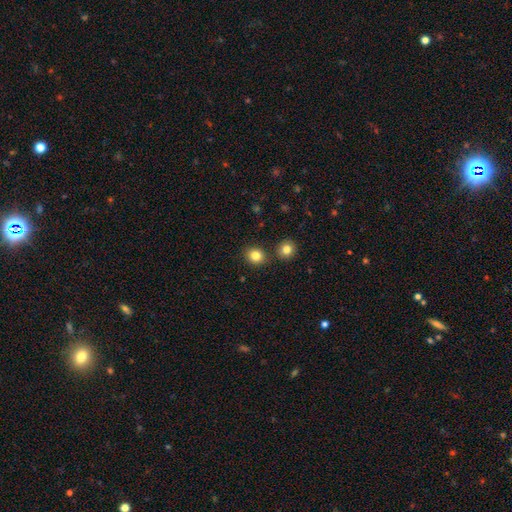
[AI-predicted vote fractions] A smooth galaxy with no disk features (83%) that is round (77%). Merging: none (82%).